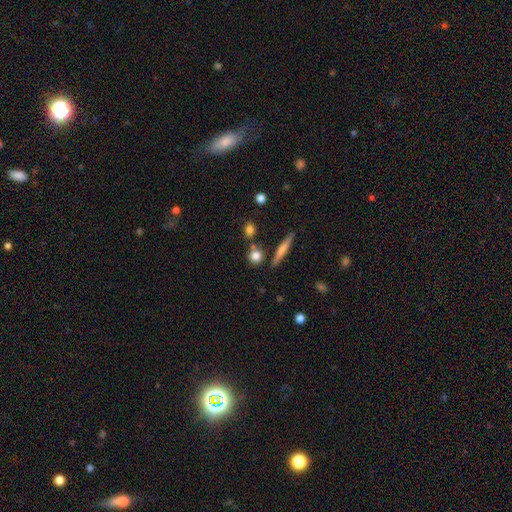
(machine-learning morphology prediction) A smooth galaxy with no disk features (77%) that is round (76%). Merging: none (72%).